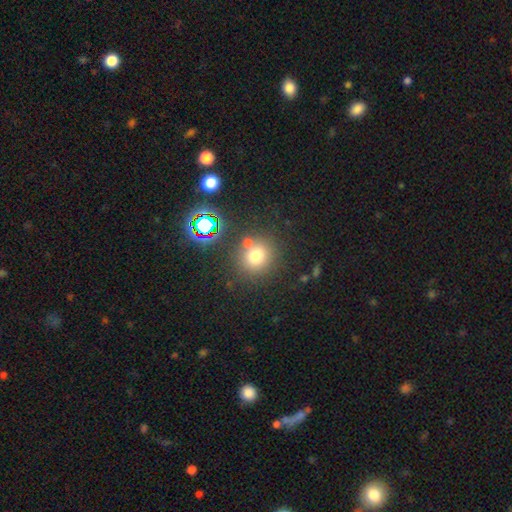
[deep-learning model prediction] This appears to be a smooth galaxy with no disk features (71%) that is round (88%). Merging: none (72%).